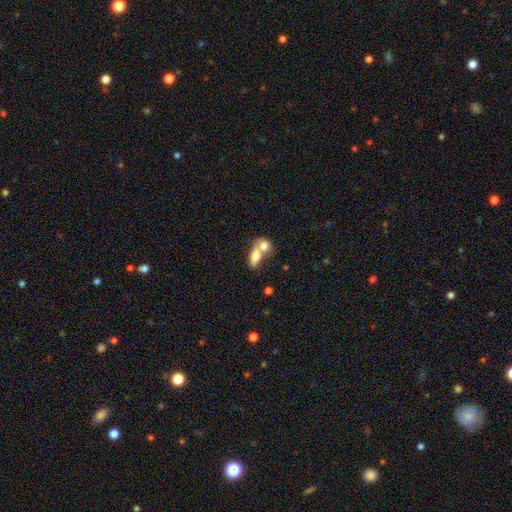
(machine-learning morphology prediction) smooth-or-featured: smooth: 73% | featured or disk: 21% | star or artifact: 7%
  how-rounded: in between: 75% | round: 15% | cigar-shaped: 10%
  merging: merger: 71% | none: 19% | minor disturbance: 6% | major disturbance: 4%